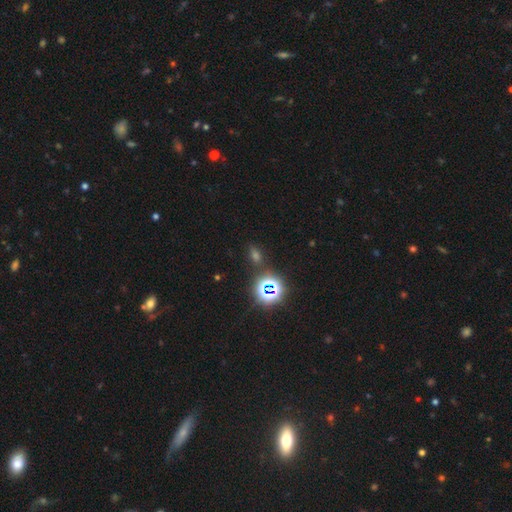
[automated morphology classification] Overall: star or artifact (50%; smooth 41%).